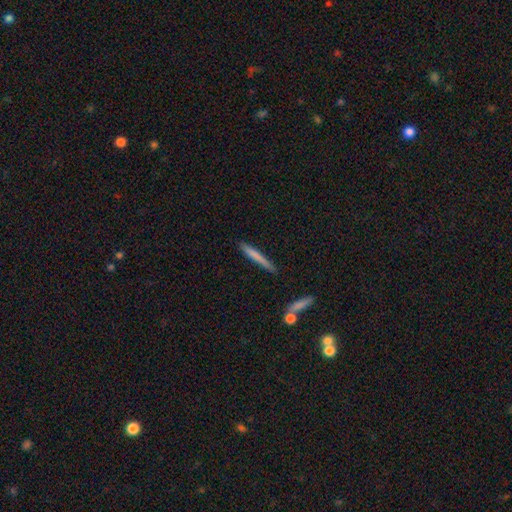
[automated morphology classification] A smooth galaxy with no disk features (71%) that is cigar-shaped (96%). Merging: none (83%).